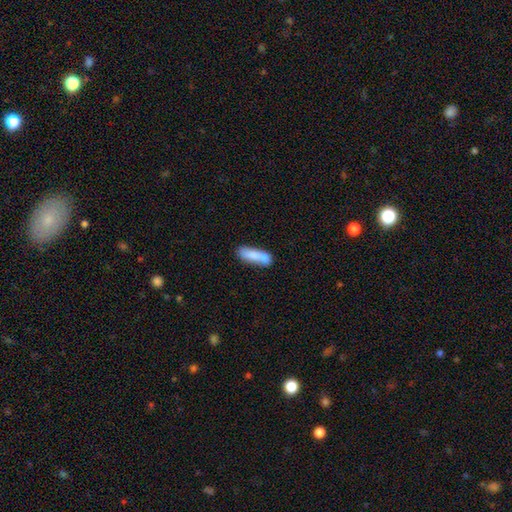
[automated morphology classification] Overall: smooth (76%). How rounded: cigar-shaped (56%; in between 42%). Merging: none (55%; minor disturbance 20%).